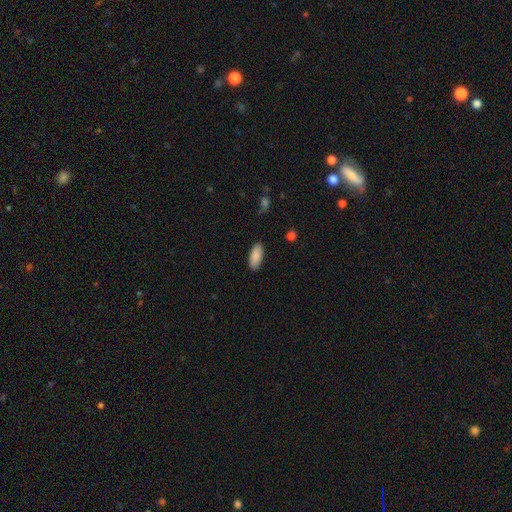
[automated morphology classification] smooth_or_featured: smooth (p=0.89) [alt: star or artifact p=0.06]
how_rounded: in between (p=0.84) [alt: cigar-shaped p=0.14]
merging: none (p=0.88) [alt: minor disturbance p=0.09]